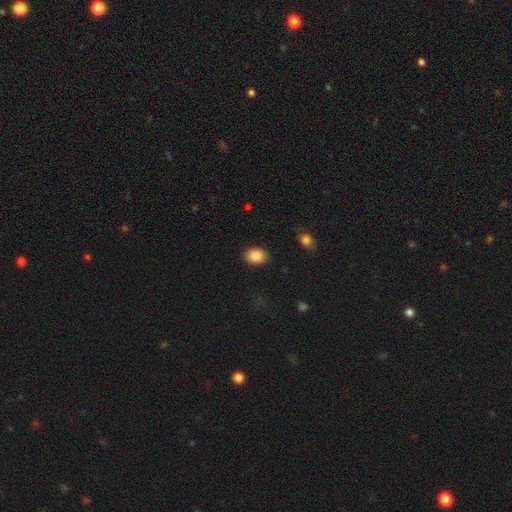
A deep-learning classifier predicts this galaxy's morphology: smooth_or_featured: smooth (p=0.87) [alt: star or artifact p=0.08]
how_rounded: in between (p=0.74) [alt: round p=0.25]
merging: none (p=0.88) [alt: minor disturbance p=0.09]